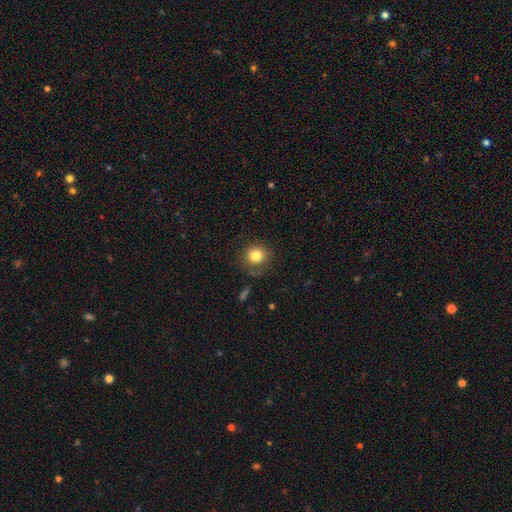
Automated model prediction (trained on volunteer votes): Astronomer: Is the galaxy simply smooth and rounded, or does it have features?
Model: smooth — 82%.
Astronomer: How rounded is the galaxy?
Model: round — 88%.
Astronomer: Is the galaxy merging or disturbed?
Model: none — 77%.